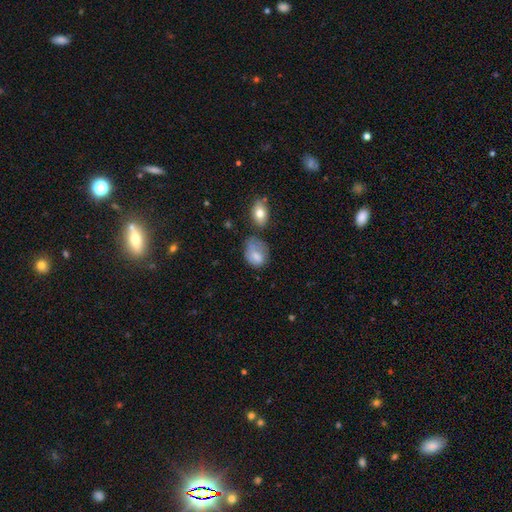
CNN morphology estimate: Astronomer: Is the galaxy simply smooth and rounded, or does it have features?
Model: smooth — 74%.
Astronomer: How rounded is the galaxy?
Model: in between — 66%.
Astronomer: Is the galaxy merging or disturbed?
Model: none — 35% (runner-up: minor disturbance, 34%).